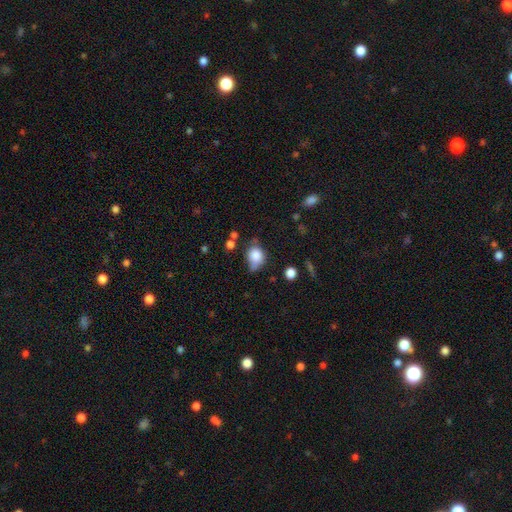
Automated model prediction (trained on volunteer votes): smooth-or-featured: smooth: 81% | star or artifact: 10% | featured or disk: 9%
  how-rounded: round: 59% | in between: 40% | cigar-shaped: 1%
  merging: none: 42% | minor disturbance: 36% | major disturbance: 12% | merger: 10%